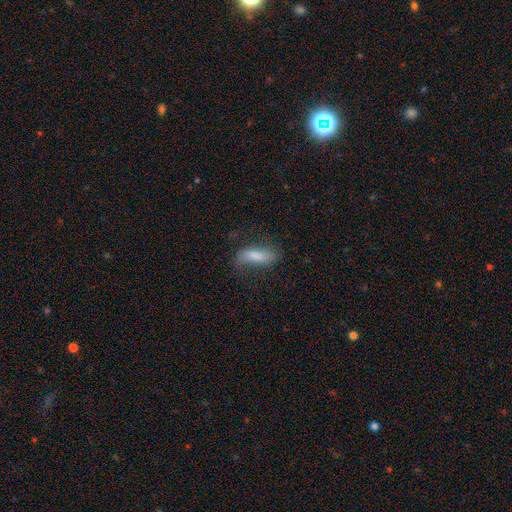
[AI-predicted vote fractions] Smooth or featured: smooth — 60% (featured or disk — 31%)
How rounded: in between — 52% (cigar-shaped — 45%)
Merging: none — 62% (minor disturbance — 24%)